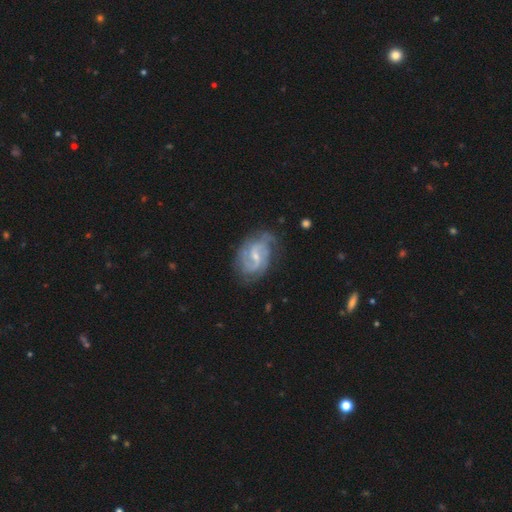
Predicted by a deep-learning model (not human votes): Smooth or featured: featured or disk — 88% (smooth — 8%)
Edge-on disk: no — 98% (yes — 2%)
Bar: weak — 59% (no — 24%)
Spiral arms: yes — 97% (no — 3%)
Spiral winding: medium — 51% (tight — 28%)
Spiral arm count: 2 — 71% (3 — 11%)
Bulge size: small — 61% (moderate — 33%)
Merging: none — 65% (minor disturbance — 24%)